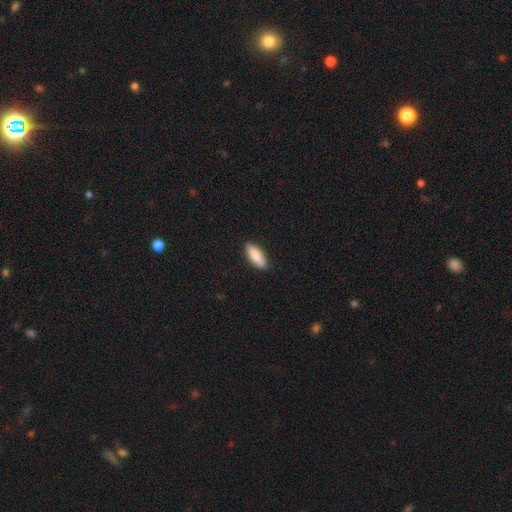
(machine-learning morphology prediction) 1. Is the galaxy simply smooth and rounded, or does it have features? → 83% smooth, 11% featured or disk, 6% star or artifact.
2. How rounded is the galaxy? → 64% in between, 34% cigar-shaped, 2% round.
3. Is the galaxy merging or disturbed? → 87% none, 10% minor disturbance, 2% major disturbance, 1% merger.